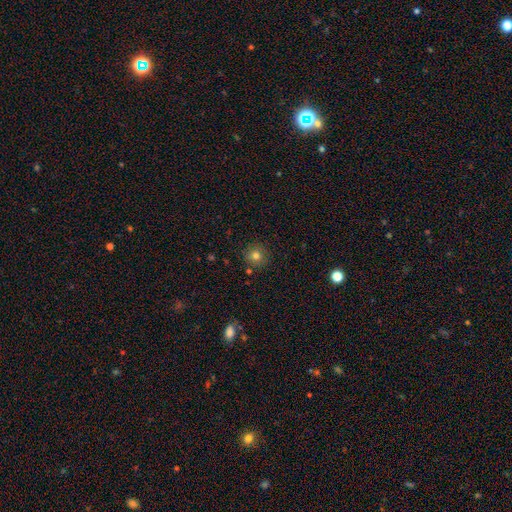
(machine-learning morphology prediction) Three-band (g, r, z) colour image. It shows a smooth galaxy with no disk features (77%) that is round (93%). Merging: none (87%).